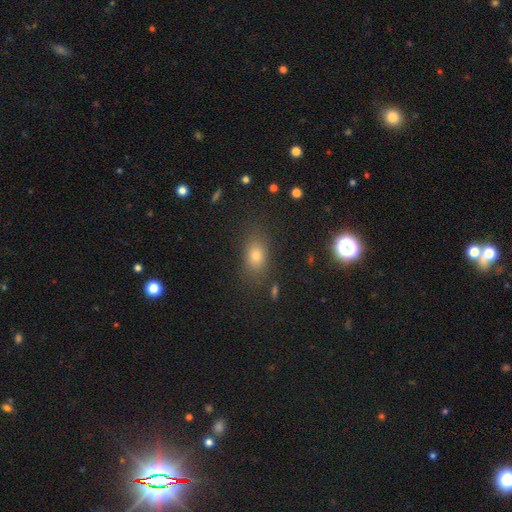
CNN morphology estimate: smooth-or-featured: smooth: 72% | star or artifact: 17% | featured or disk: 11%
  how-rounded: in between: 75% | round: 21% | cigar-shaped: 4%
  merging: none: 81% | minor disturbance: 12% | major disturbance: 4% | merger: 2%